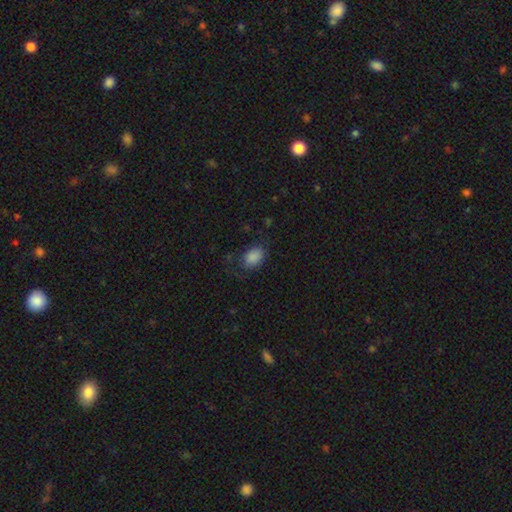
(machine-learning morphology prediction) A smooth galaxy with no disk features (85%) that is in between round and cigar-shaped (87%). Merging: none (72%).